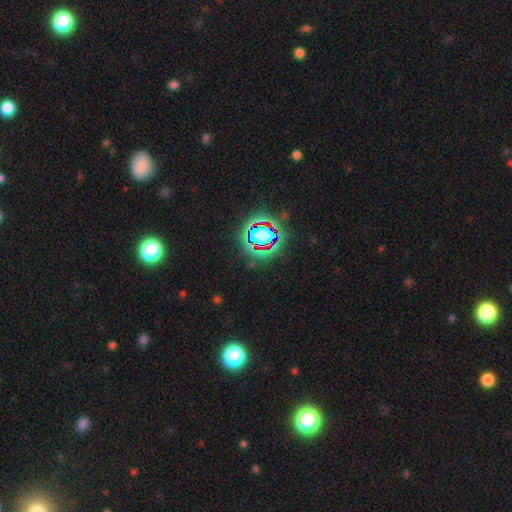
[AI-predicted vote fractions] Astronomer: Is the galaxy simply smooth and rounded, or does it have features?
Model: star or artifact — 80%.